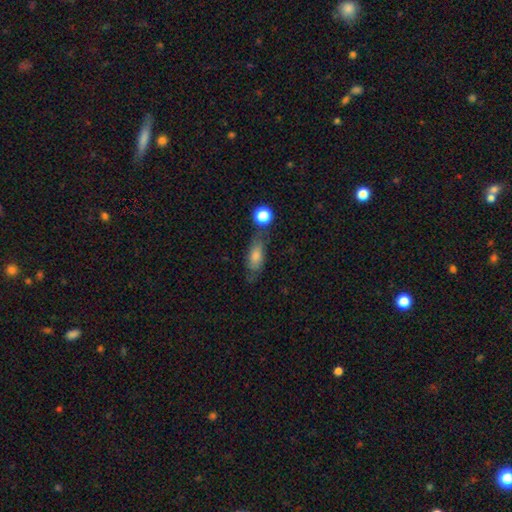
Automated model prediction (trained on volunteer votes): Smooth or featured? smooth (61%)
How rounded? in between (70%)
Merging? none (59%)